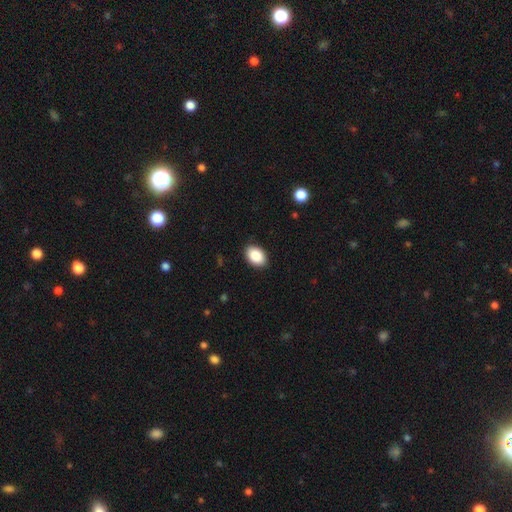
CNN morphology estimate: type=smooth (88%); roundness=in between (84%); merging=none (89%).